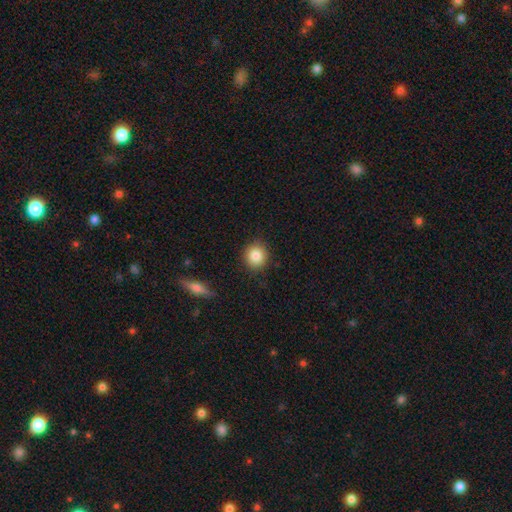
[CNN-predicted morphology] A smooth galaxy with no disk features (85%) that is round (86%). Merging: none (90%).